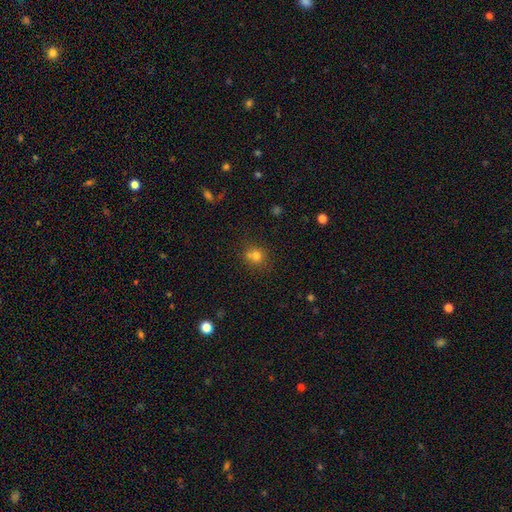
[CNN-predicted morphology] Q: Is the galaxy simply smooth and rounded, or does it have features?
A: smooth — 75%.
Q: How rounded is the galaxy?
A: round — 77%.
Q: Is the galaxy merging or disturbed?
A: none — 57%.